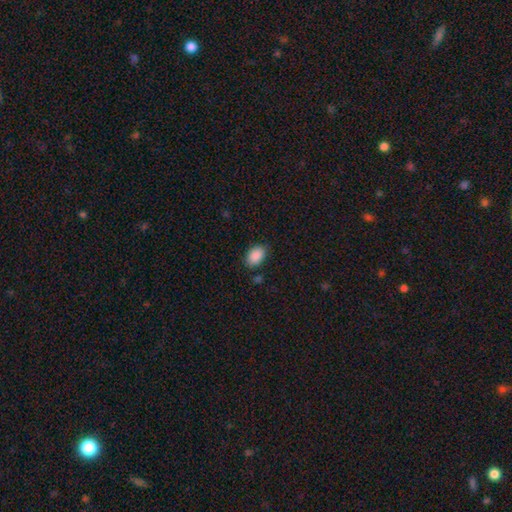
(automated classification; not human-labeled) Smooth or featured? Predicted: smooth (p=0.89). How rounded? Predicted: in between (p=0.87). Merging? Predicted: none (p=0.84).